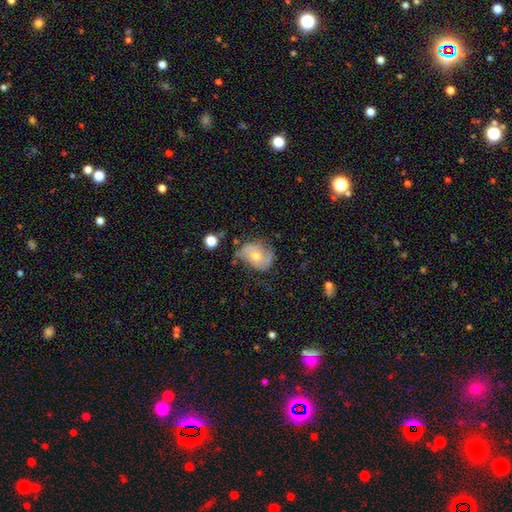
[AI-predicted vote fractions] smooth-or-featured: featured or disk: 68% | smooth: 24% | star or artifact: 8%
  disk-edge-on: no: 97% | yes: 3%
    bar: no: 68% | weak: 26% | strong: 7%
    has-spiral-arms: yes: 87% | no: 13%
      spiral-winding: medium: 43% | loose: 30% | tight: 27%
      spiral-arm-count: 2: 72% | can't tell: 14% | 3: 7% | 1: 4% | 4: 2% | more than 4: 2%
    bulge-size: moderate: 68% | small: 27% | large: 3% | none: 1% | dominant: 1%
  merging: none: 60% | minor disturbance: 26% | major disturbance: 11% | merger: 3%